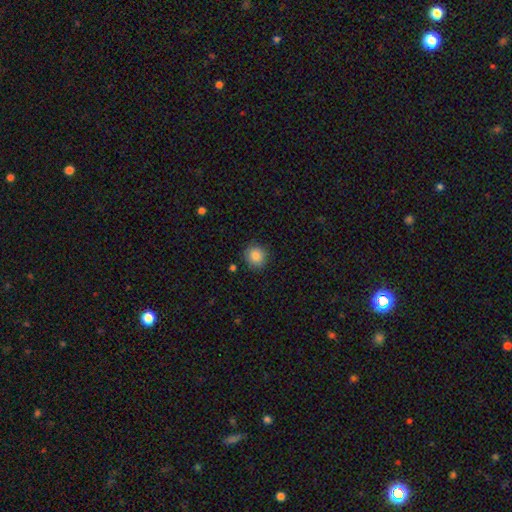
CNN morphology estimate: A smooth galaxy with no disk features (85%) that is round (90%).

Vote fractions:
- Smooth or featured? smooth: 85% / star or artifact: 9% / featured or disk: 5%
- How rounded? round: 90% / in between: 9% / cigar-shaped: 1%
- Merging? none: 88% / minor disturbance: 8% / major disturbance: 2% / merger: 2%